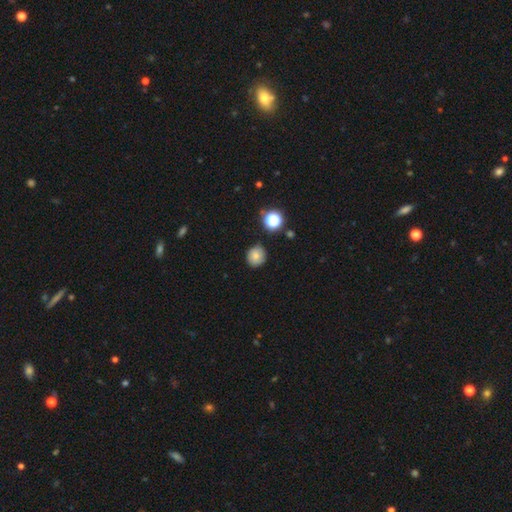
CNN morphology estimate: smooth_or_featured: smooth (p=0.78) [alt: star or artifact p=0.13]
how_rounded: round (p=0.89) [alt: in between p=0.11]
merging: none (p=0.82) [alt: minor disturbance p=0.13]